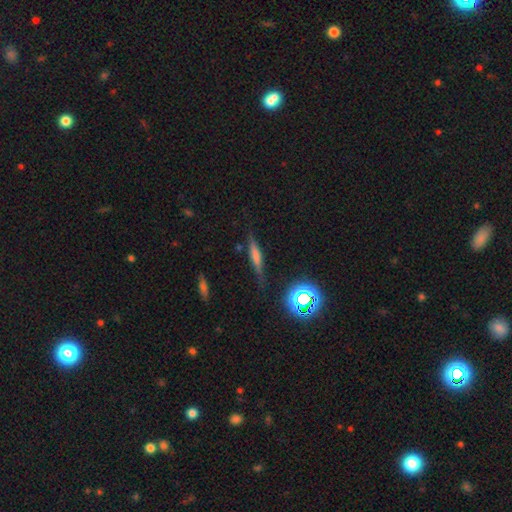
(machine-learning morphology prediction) Q: Smooth or featured?
A: featured or disk (43%); runner-up: smooth (39%)
Q: Merging?
A: none (81%); runner-up: minor disturbance (13%)